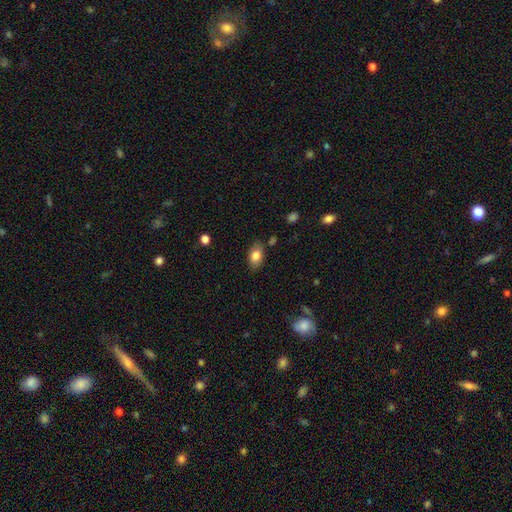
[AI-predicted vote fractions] The model was most divided on "merging": none: 81%, minor disturbance: 14%, major disturbance: 3%, merger: 2%. More confident: how rounded — in between (88%); smooth or featured — smooth (82%).